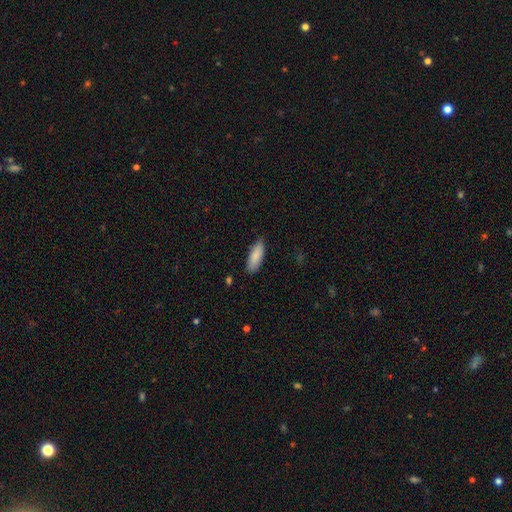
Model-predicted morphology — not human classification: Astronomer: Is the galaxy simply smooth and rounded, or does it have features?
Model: smooth — 88%.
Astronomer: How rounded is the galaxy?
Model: in between — 70%.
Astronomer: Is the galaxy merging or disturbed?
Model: none — 81%.